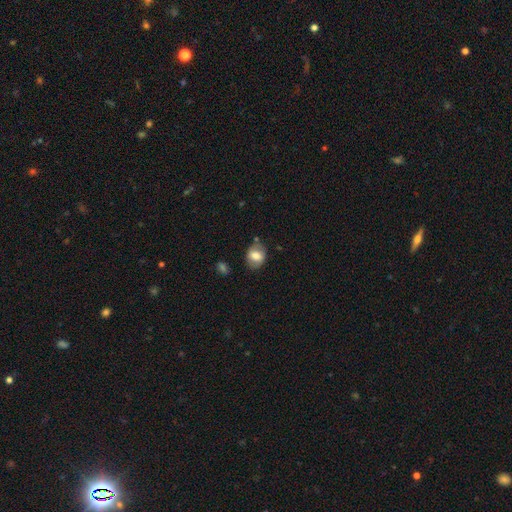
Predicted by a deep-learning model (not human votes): Smooth or featured? Predicted: smooth (p=0.68). How rounded? Predicted: in between (p=0.66). Merging? Predicted: none (p=0.71).